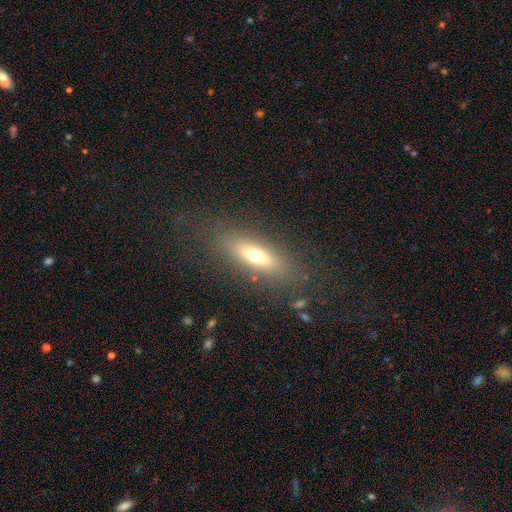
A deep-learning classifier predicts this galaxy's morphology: smooth_or_featured: smooth (p=0.59) [alt: featured or disk p=0.31]
how_rounded: in between (p=0.52) [alt: cigar-shaped p=0.43]
merging: none (p=0.82) [alt: minor disturbance p=0.11]